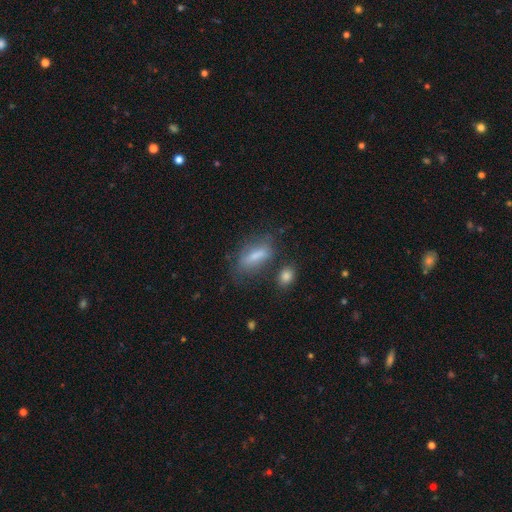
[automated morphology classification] This is likely a smooth galaxy (62%). How rounded: likely in between (60%). Merging: likely none (60%).